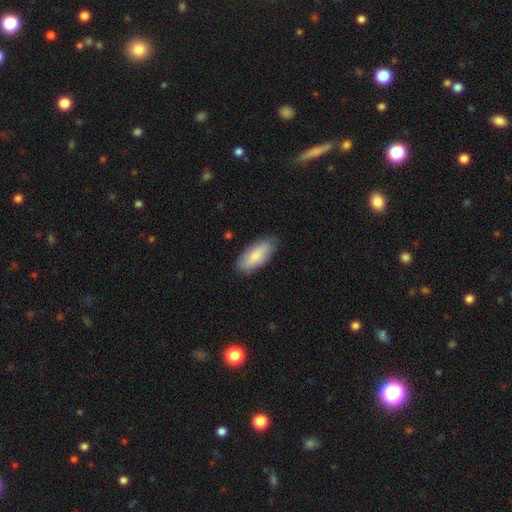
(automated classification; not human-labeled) Q: Smooth or featured?
A: smooth (86%); runner-up: featured or disk (9%)
Q: How rounded?
A: in between (82%); runner-up: cigar-shaped (16%)
Q: Merging?
A: none (83%); runner-up: minor disturbance (13%)